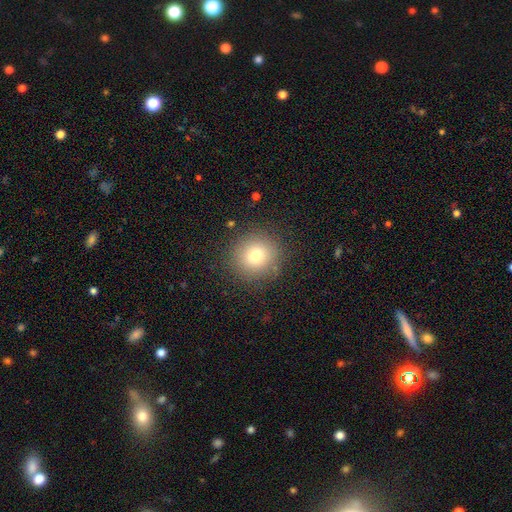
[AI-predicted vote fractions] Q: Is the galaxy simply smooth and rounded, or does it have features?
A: smooth — 76%.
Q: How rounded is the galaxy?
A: round — 93%.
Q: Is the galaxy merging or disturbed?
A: none — 87%.